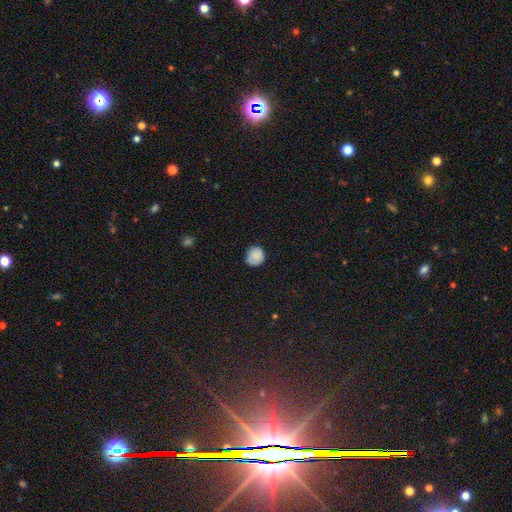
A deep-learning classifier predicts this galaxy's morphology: smooth-or-featured: smooth: 83% | star or artifact: 9% | featured or disk: 8%
  how-rounded: round: 85% | in between: 14% | cigar-shaped: 1%
  merging: none: 77% | minor disturbance: 18% | major disturbance: 4% | merger: 1%